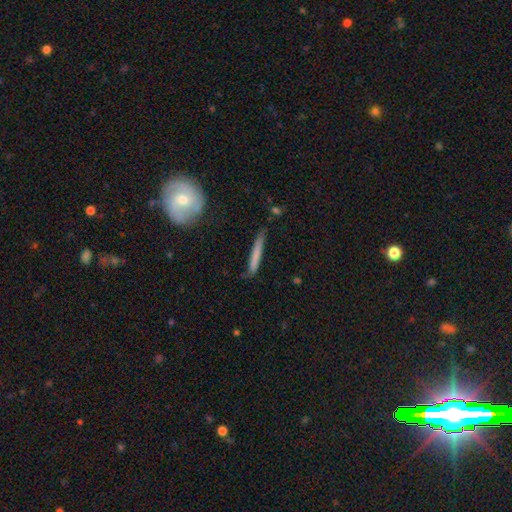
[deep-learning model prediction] Smooth or featured?
  - smooth: 66% *
  - featured or disk: 28%
  - star or artifact: 6%
How rounded?
  - cigar-shaped: 95% *
  - in between: 3%
  - round: 2%
Merging?
  - none: 78% *
  - minor disturbance: 16%
  - major disturbance: 3%
  - merger: 2%